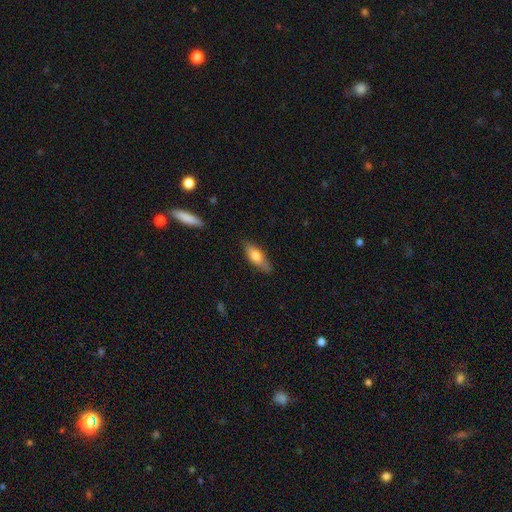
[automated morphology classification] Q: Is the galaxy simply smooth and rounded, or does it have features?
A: smooth — 71%.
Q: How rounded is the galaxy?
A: in between — 62%.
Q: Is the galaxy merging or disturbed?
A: none — 81%.